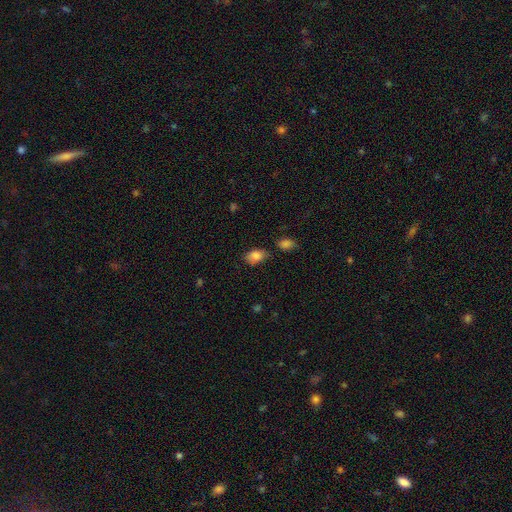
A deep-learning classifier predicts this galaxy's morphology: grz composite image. It shows a smooth galaxy with no disk features (84%) that is in between round and cigar-shaped (86%). Merging: none (71%).